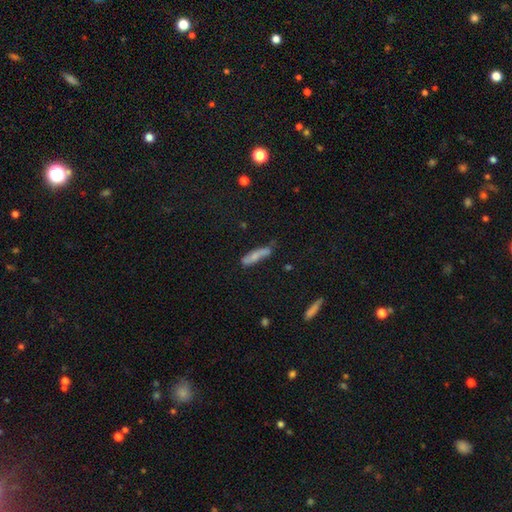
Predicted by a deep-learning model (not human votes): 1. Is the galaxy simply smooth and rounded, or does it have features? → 62% smooth, 30% featured or disk, 8% star or artifact.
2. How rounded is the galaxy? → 75% cigar-shaped, 23% in between, 2% round.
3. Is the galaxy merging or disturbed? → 58% none, 28% minor disturbance, 8% major disturbance, 6% merger.